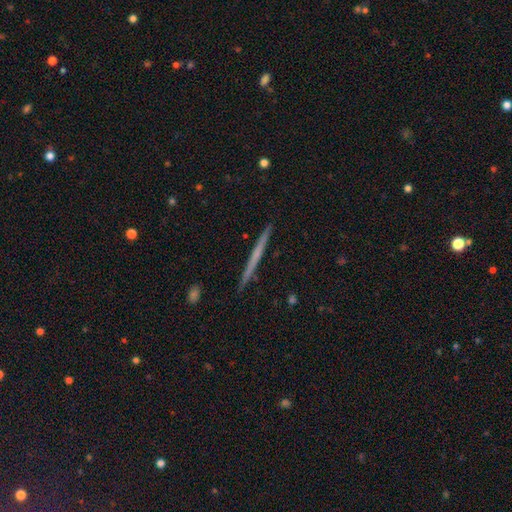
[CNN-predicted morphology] smooth-or-featured: featured or disk: 56% | smooth: 38% | star or artifact: 5%
  disk-edge-on: yes: 98% | no: 2%
    edge-on-bulge: none: 87% | rounded: 9% | boxy: 3%
  merging: none: 92% | minor disturbance: 5% | major disturbance: 1% | merger: 1%